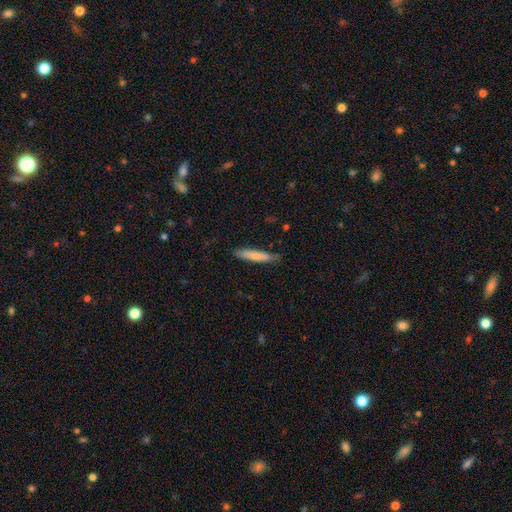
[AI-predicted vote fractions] smooth_or_featured: smooth (p=0.78) [alt: featured or disk p=0.17]
how_rounded: cigar-shaped (p=0.90) [alt: in between p=0.09]
merging: none (p=0.83) [alt: minor disturbance p=0.13]